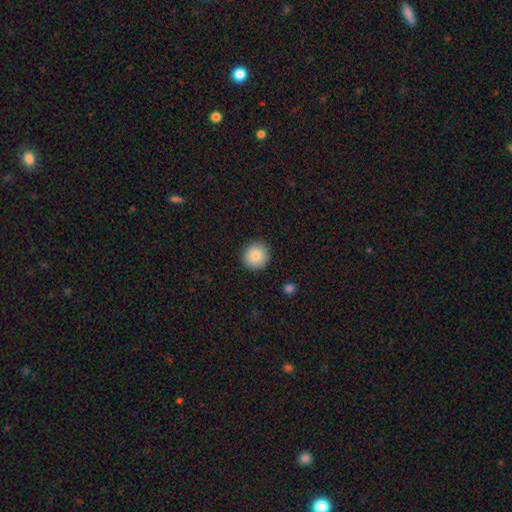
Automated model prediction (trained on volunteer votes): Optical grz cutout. It shows a smooth galaxy with no disk features (86%) that is round (94%). Merging: none (91%).